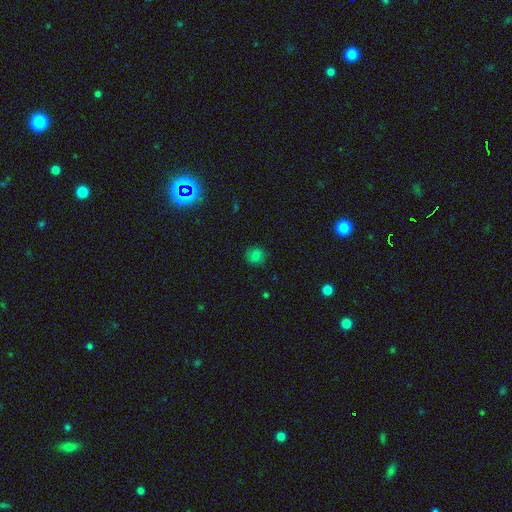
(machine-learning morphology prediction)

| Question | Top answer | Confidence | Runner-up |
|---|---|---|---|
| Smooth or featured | smooth | 79% | star or artifact (15%) |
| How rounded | round | 91% | in between (8%) |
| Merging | none | 88% | minor disturbance (9%) |